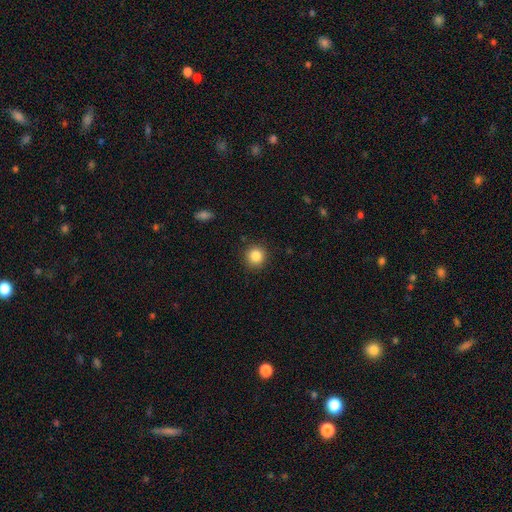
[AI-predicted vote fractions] This appears to be a smooth galaxy with no disk features (85%) that is round (93%). Merging: none (90%).